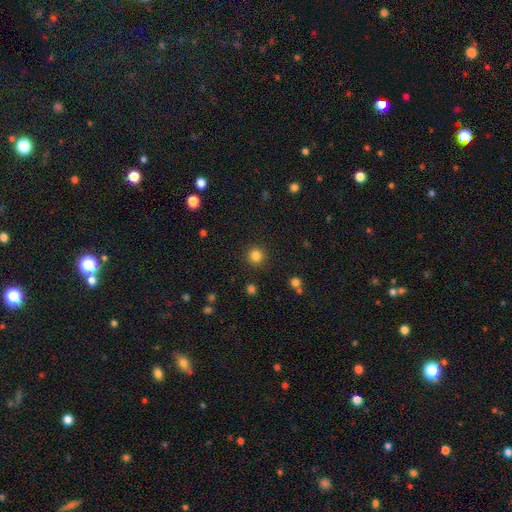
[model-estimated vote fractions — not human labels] smooth-or-featured: smooth: 83% | star or artifact: 13% | featured or disk: 4%
  how-rounded: round: 93% | in between: 6% | cigar-shaped: 1%
  merging: none: 90% | minor disturbance: 6% | major disturbance: 2% | merger: 2%